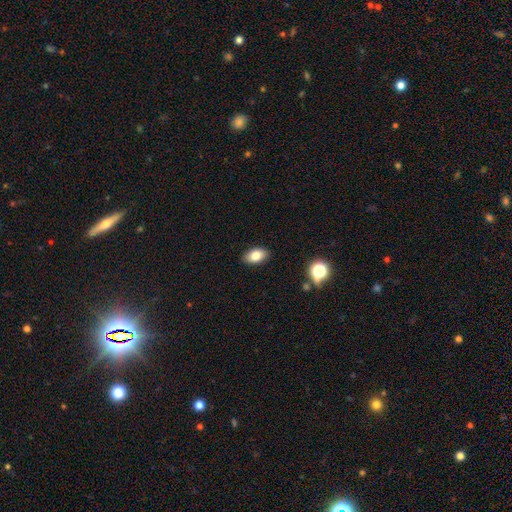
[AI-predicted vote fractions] Smooth or featured? Predicted: smooth (p=0.82). How rounded? Predicted: in between (p=0.90). Merging? Predicted: none (p=0.89).